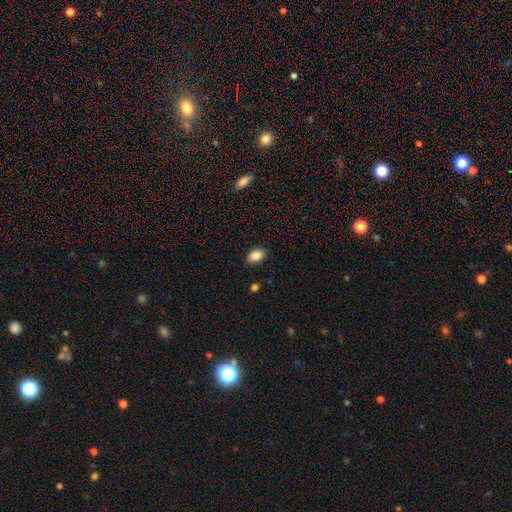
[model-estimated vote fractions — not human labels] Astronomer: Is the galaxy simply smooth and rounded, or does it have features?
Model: smooth — 86%.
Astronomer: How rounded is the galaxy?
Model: in between — 88%.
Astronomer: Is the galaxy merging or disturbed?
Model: none — 87%.